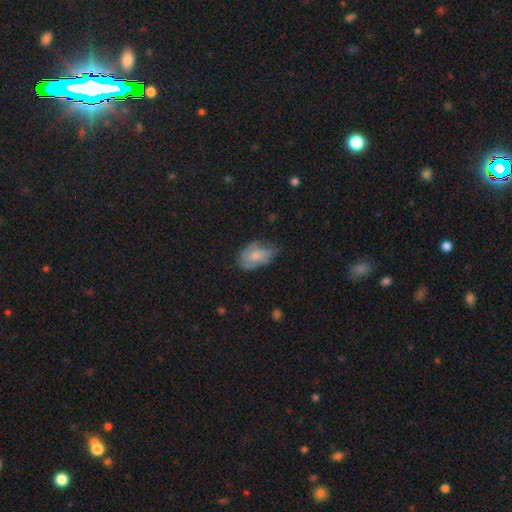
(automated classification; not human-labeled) A smooth galaxy with no disk features (61%) that is in between round and cigar-shaped (89%). Merging: none (50%).